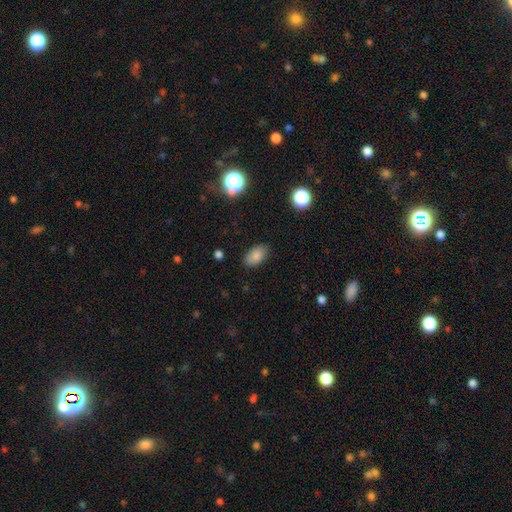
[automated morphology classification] smooth-or-featured: smooth: 83% | star or artifact: 10% | featured or disk: 7%
  how-rounded: in between: 92% | round: 7% | cigar-shaped: 2%
  merging: none: 84% | minor disturbance: 12% | major disturbance: 3% | merger: 1%